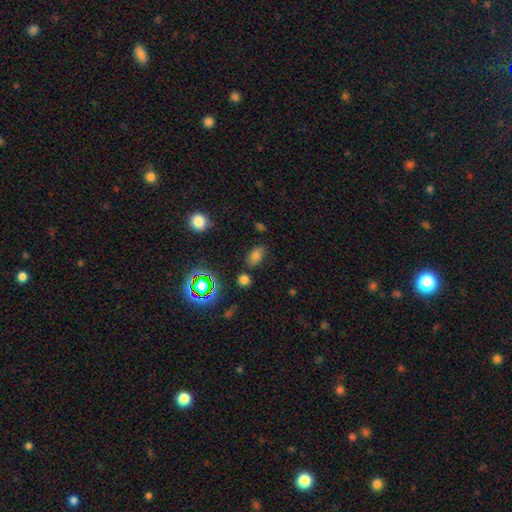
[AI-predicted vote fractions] This is likely a smooth galaxy (70%). How rounded: clearly in between (86%). Merging: likely none (76%).